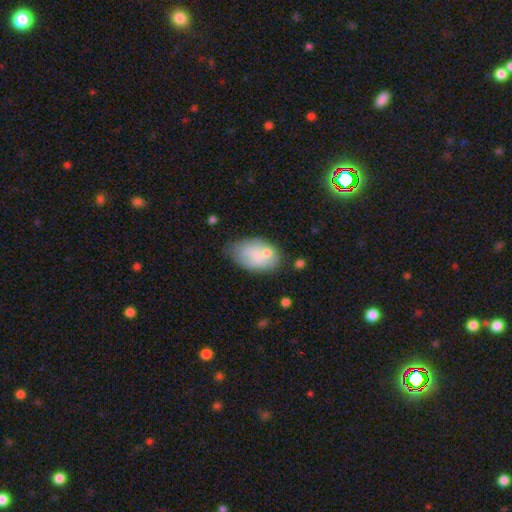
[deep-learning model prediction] Smooth or featured? Predicted: smooth (p=0.67). How rounded? Predicted: in between (p=0.90). Merging? Predicted: none (p=0.45).